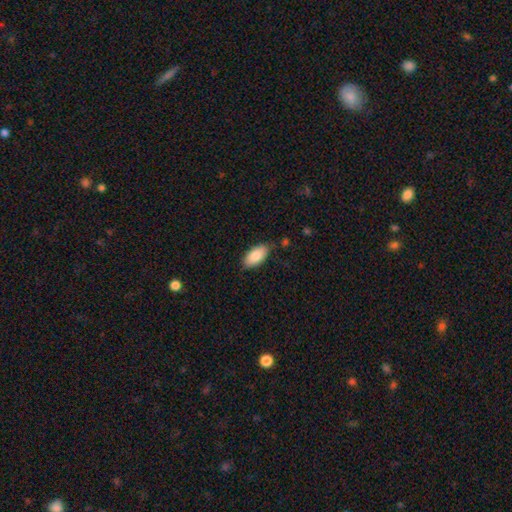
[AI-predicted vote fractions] The model was most divided on "merging": none: 80%, minor disturbance: 15%, major disturbance: 3%, merger: 2%. More confident: how rounded — in between (93%); smooth or featured — smooth (87%).